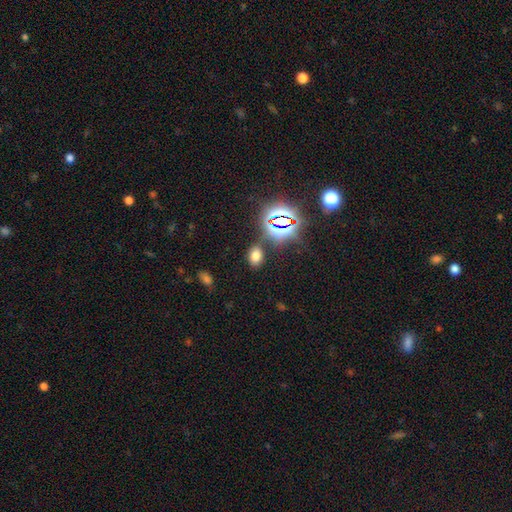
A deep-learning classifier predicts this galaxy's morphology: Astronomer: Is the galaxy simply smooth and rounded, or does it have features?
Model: smooth — 65%.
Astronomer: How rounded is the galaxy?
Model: in between — 81%.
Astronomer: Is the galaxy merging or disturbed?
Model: none — 81%.